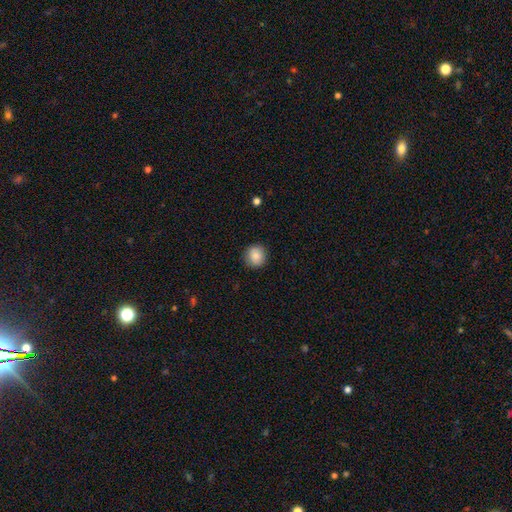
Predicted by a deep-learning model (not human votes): The model was most divided on "smooth or featured": smooth: 83%, featured or disk: 9%, star or artifact: 9%. More confident: how rounded — round (91%); merging — none (89%).